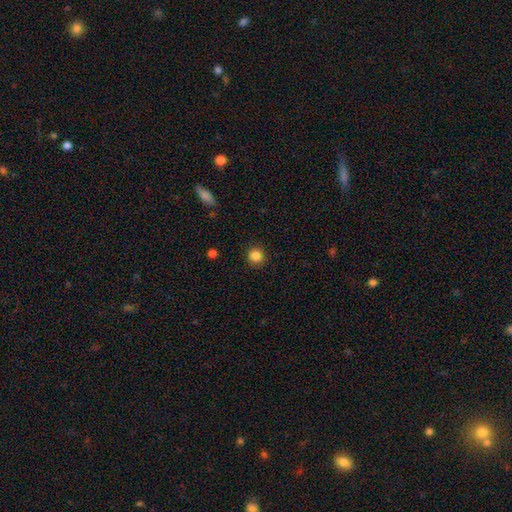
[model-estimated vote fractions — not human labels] smooth 85%, star or artifact 11%, featured or disk 4%. Down the decision tree: how rounded — round (93%); merging — none (91%).